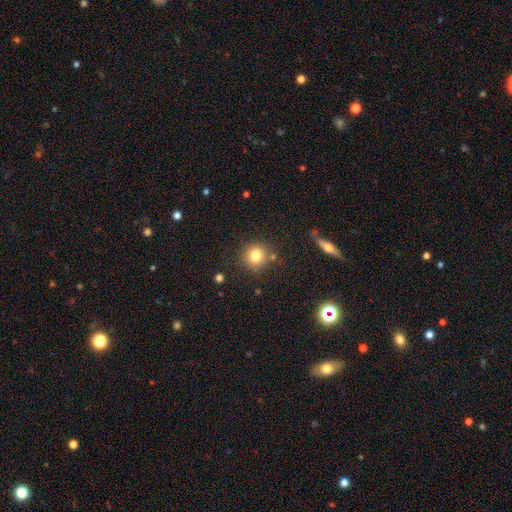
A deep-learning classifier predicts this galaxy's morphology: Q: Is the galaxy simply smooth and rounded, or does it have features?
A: smooth — 80%.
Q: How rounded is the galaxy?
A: round — 92%.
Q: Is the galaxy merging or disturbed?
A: none — 83%.